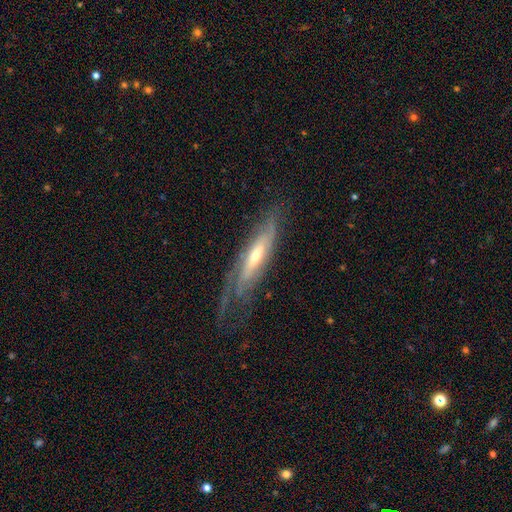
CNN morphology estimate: Smooth or featured: featured or disk — 79% (smooth — 15%)
Edge-on disk: no — 57% (yes — 43%)
Merging: none — 57% (minor disturbance — 24%)